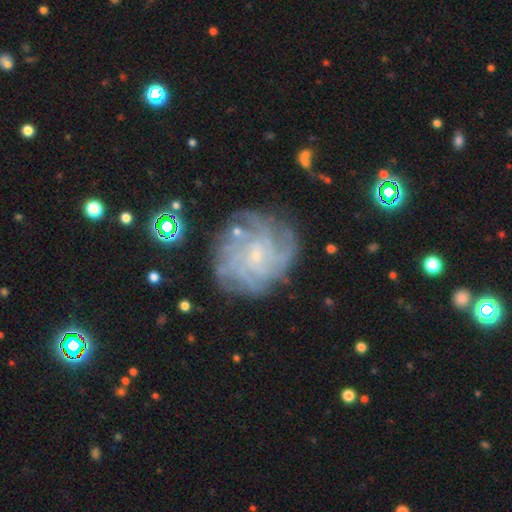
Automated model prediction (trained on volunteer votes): Overall: featured or disk (79%). Edge-on disk: no (98%). Bar: no (69%). Spiral arms: yes (93%). Spiral arm count: can't tell (36%; 4 20%). Spiral winding: tight (63%; medium 28%). Bulge size: small (77%). Merging: none (73%).